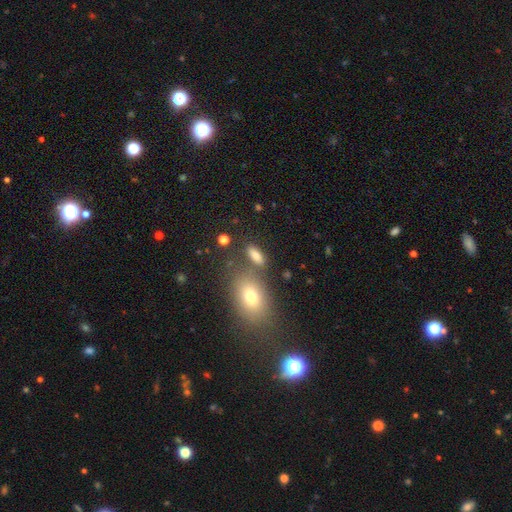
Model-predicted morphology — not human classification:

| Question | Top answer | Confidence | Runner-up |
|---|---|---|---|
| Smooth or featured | smooth | 78% | star or artifact (12%) |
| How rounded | in between | 74% | cigar-shaped (19%) |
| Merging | none | 70% | minor disturbance (13%) |